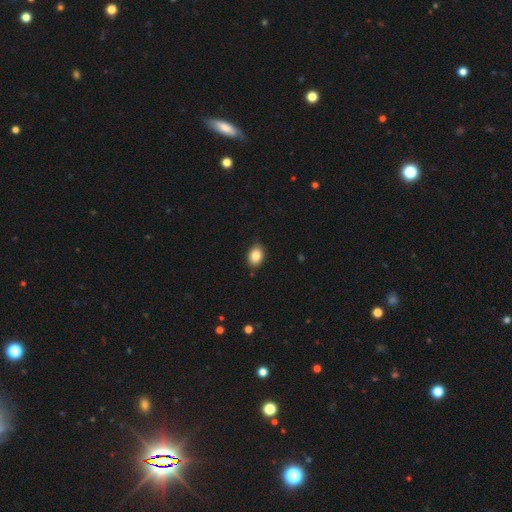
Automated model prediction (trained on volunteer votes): This is clearly a smooth galaxy (87%). How rounded: likely in between (69%). Merging: clearly none (86%).